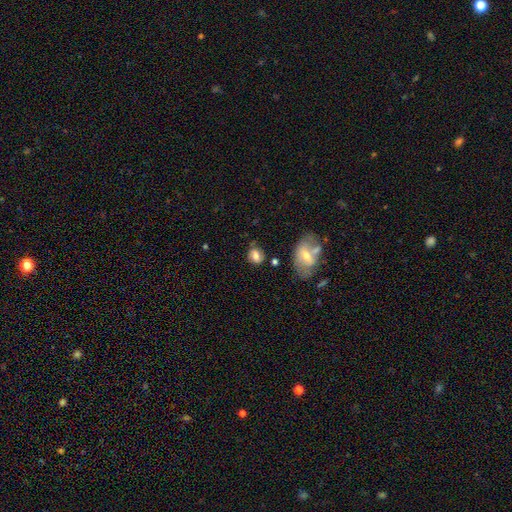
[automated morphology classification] A smooth galaxy with no disk features (67%) that is in between round and cigar-shaped (59%).

Vote fractions:
- Smooth or featured? smooth: 67% / featured or disk: 24% / star or artifact: 10%
- How rounded? in between: 59% / round: 39% / cigar-shaped: 2%
- Merging? none: 61% / minor disturbance: 22% / major disturbance: 8% / merger: 8%